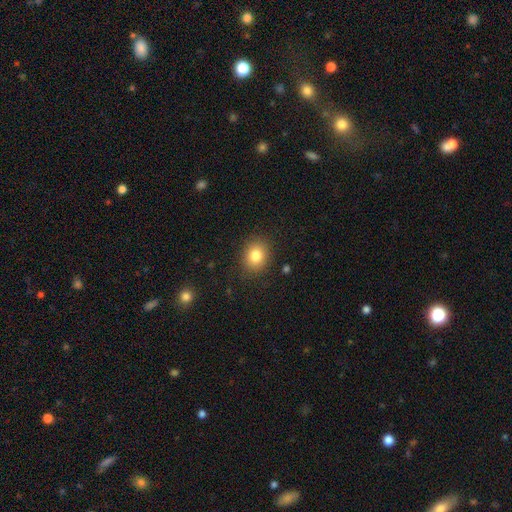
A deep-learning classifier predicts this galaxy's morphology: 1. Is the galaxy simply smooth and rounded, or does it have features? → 82% smooth, 11% star or artifact, 7% featured or disk.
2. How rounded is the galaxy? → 65% round, 34% in between, 1% cigar-shaped.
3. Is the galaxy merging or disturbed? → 87% none, 9% minor disturbance, 3% major disturbance, 1% merger.